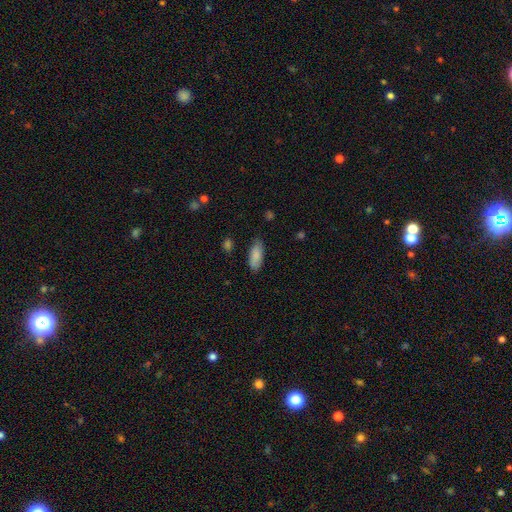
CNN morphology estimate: The model was most divided on "how rounded": in between: 78%, cigar-shaped: 20%, round: 2%. More confident: smooth or featured — smooth (86%); merging — none (80%).